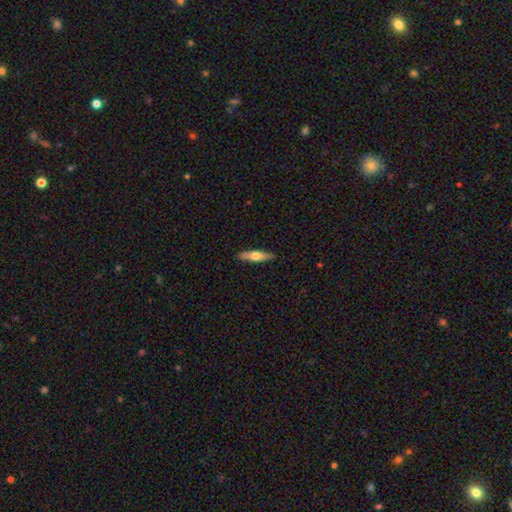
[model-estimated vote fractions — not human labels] smooth 55%, featured or disk 39%, star or artifact 5%. Down the decision tree: how rounded — cigar-shaped (73%); merging — none (89%).